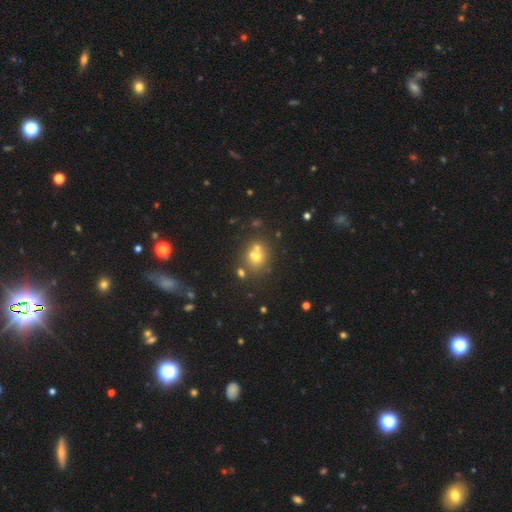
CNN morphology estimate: Smooth or featured: smooth — 57% (star or artifact — 22%)
How rounded: round — 69% (in between — 30%)
Merging: none — 45% (merger — 40%)